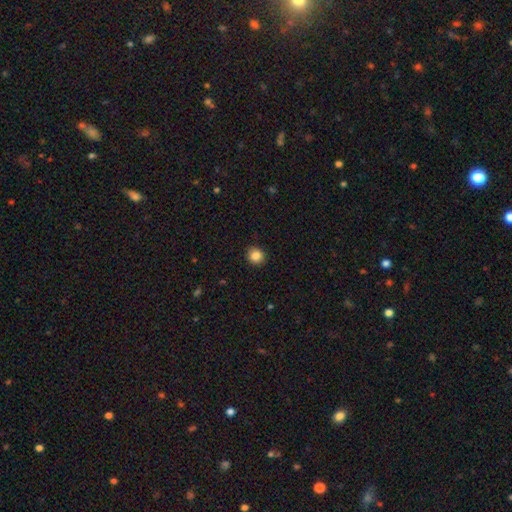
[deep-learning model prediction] A smooth galaxy with no disk features (85%) that is round (87%). Merging: none (91%).